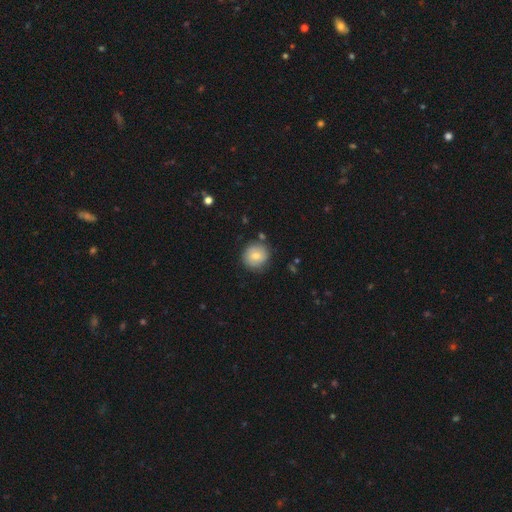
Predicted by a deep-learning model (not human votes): Overall: smooth (70%). How rounded: round (92%). Merging: none (82%).